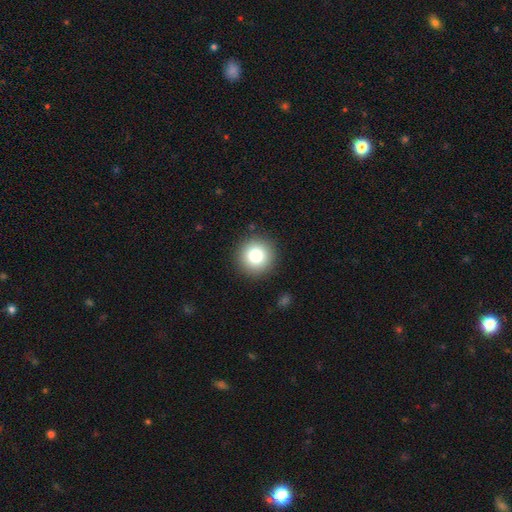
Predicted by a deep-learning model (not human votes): Morphology: type=smooth (82%); roundness=round (96%); merging=none (91%).